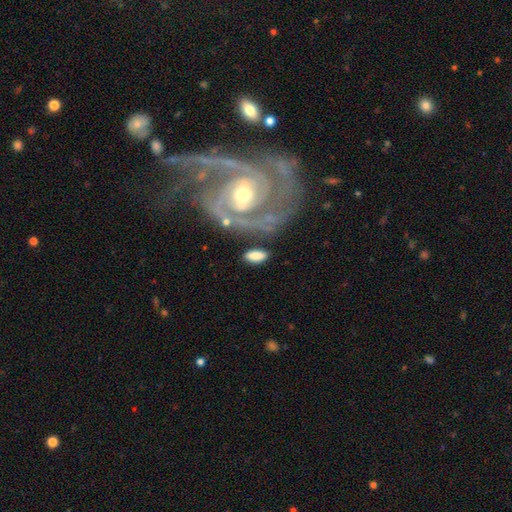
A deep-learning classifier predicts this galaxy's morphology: Smooth or featured: smooth — 73% (featured or disk — 22%)
How rounded: in between — 85% (cigar-shaped — 12%)
Merging: none — 69% (minor disturbance — 15%)